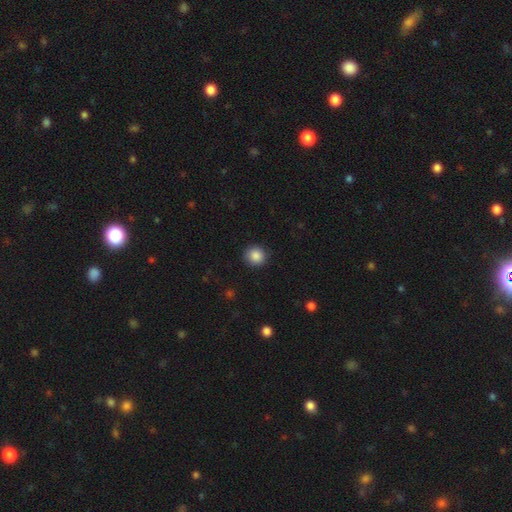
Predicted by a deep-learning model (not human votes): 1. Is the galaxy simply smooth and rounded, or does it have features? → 87% smooth, 9% star or artifact, 3% featured or disk.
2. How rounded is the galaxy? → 92% round, 7% in between, 1% cigar-shaped.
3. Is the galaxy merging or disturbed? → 90% none, 7% minor disturbance, 2% major disturbance, 1% merger.